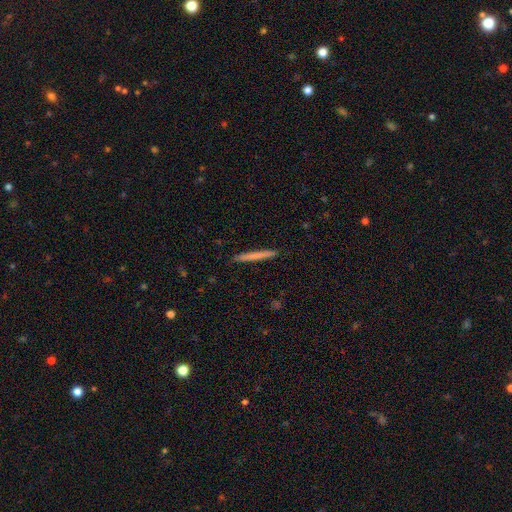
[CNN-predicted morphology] Q: Smooth or featured?
A: smooth (67%); runner-up: featured or disk (27%)
Q: How rounded?
A: cigar-shaped (97%); runner-up: in between (2%)
Q: Merging?
A: none (92%); runner-up: minor disturbance (6%)